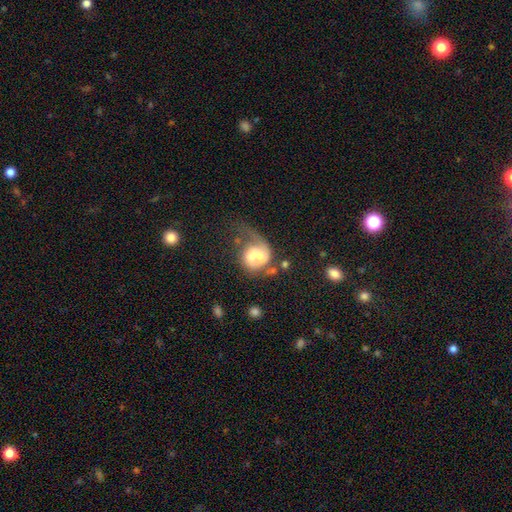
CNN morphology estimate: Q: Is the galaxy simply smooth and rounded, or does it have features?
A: featured or disk — 51%.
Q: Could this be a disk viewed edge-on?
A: no — 97%.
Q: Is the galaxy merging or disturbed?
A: merger — 47%.